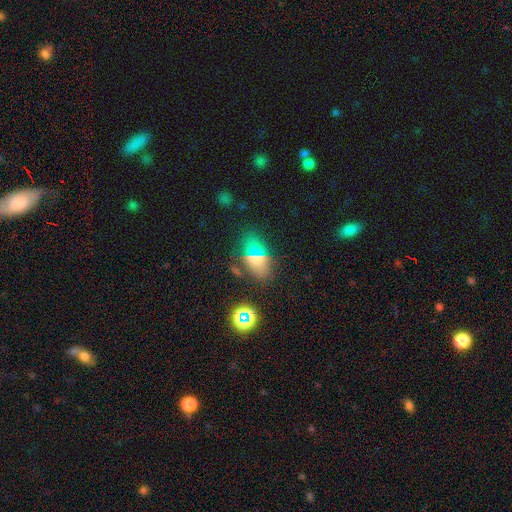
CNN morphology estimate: The model was most divided on "smooth or featured": smooth: 52%, star or artifact: 29%, featured or disk: 19%. More confident: how rounded — in between (78%); merging — none (73%).